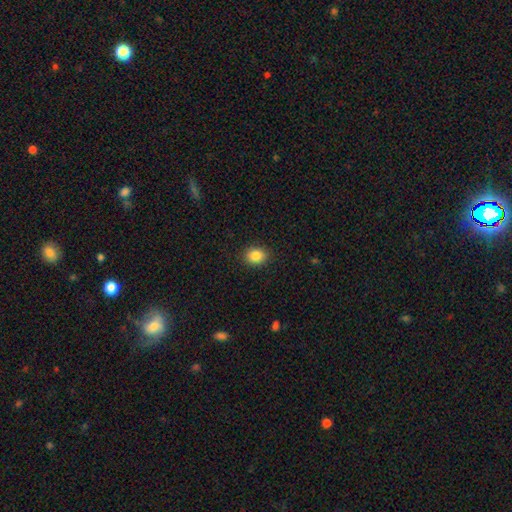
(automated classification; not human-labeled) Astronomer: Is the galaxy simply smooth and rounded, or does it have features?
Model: smooth — 86%.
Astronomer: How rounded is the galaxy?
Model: round — 54% (runner-up: in between, 46%).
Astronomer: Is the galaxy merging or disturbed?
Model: none — 90%.